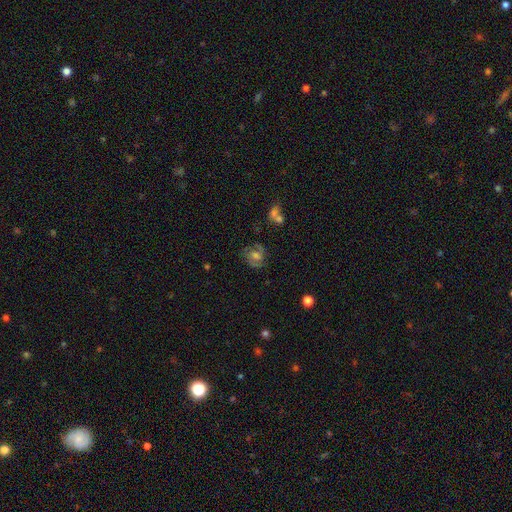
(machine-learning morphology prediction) Q: Smooth or featured?
A: featured or disk (66%); runner-up: smooth (24%)
Q: Edge-on disk?
A: no (97%); runner-up: yes (3%)
Q: Bar?
A: weak (45%); runner-up: no (43%)
Q: Spiral arms?
A: yes (86%); runner-up: no (14%)
Q: Spiral winding?
A: medium (49%); runner-up: tight (35%)
Q: Spiral arm count?
A: 2 (82%); runner-up: can't tell (10%)
Q: Bulge size?
A: moderate (46%); runner-up: large (23%)
Q: Merging?
A: none (72%); runner-up: minor disturbance (17%)